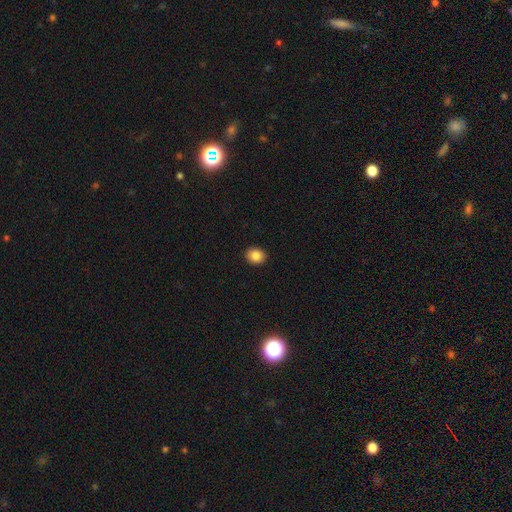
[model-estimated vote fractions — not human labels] A smooth galaxy with no disk features (85%) that is round (58%). Merging: none (92%).